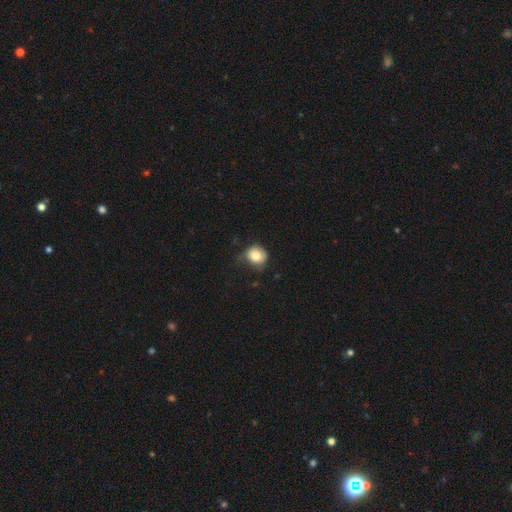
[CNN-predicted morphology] A smooth galaxy with no disk features (79%) that is round (81%).

Vote fractions:
- Smooth or featured? smooth: 79% / featured or disk: 12% / star or artifact: 10%
- How rounded? round: 81% / in between: 18% / cigar-shaped: 1%
- Merging? none: 53% / minor disturbance: 33% / major disturbance: 12% / merger: 2%